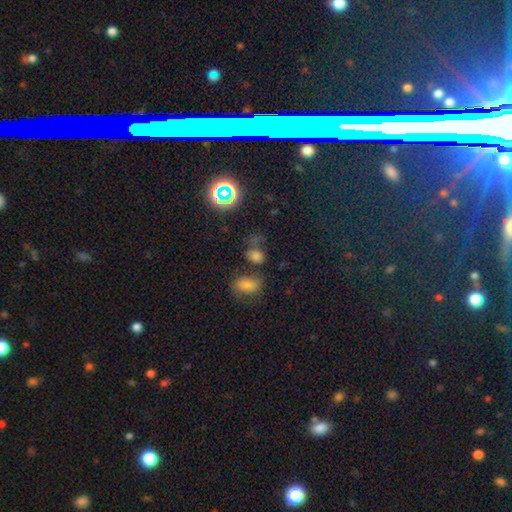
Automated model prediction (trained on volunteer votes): smooth_or_featured: smooth (p=0.63) [alt: star or artifact p=0.29]
how_rounded: in between (p=0.52) [alt: round p=0.46]
merging: none (p=0.52) [alt: merger p=0.20]